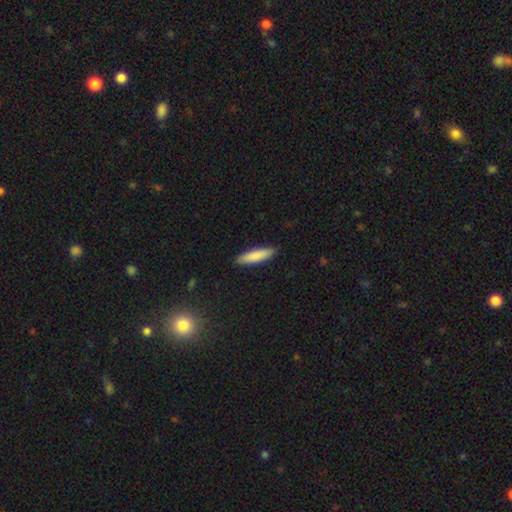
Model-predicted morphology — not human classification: Smooth or featured?
  - smooth: 85% *
  - featured or disk: 9%
  - star or artifact: 5%
How rounded?
  - cigar-shaped: 77% *
  - in between: 22%
  - round: 1%
Merging?
  - none: 90% *
  - minor disturbance: 7%
  - major disturbance: 2%
  - merger: 1%